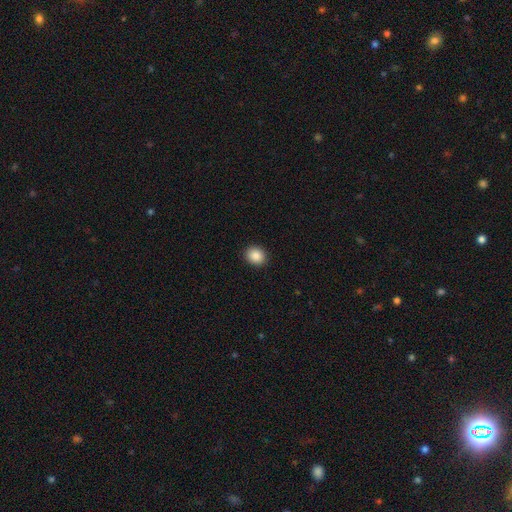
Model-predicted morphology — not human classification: Smooth or featured? smooth (87%)
How rounded? round (69%)
Merging? none (92%)